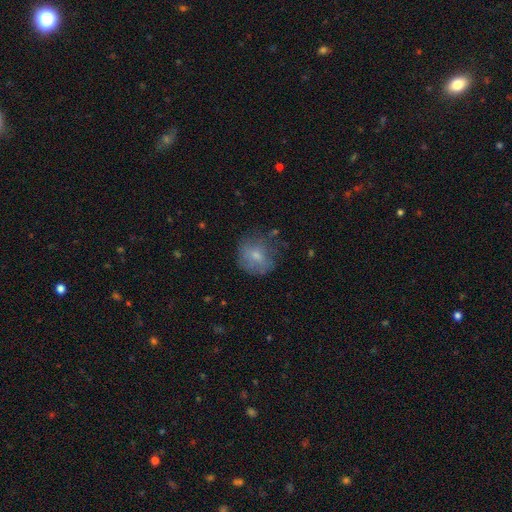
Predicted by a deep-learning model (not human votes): Morphology: type=smooth (68%); roundness=round (78%); merging=none (63%).